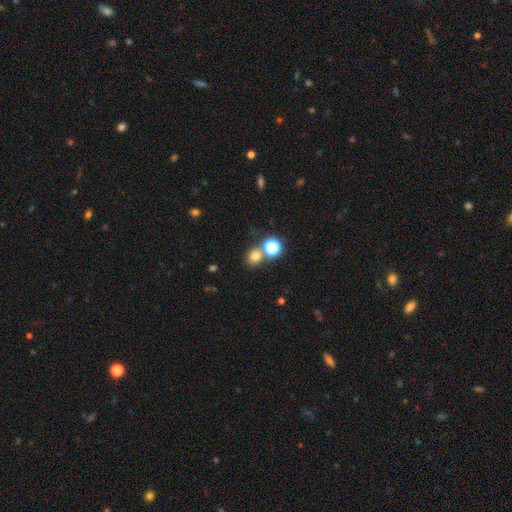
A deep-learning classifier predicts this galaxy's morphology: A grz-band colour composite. It shows a smooth galaxy with no disk features (73%) that is round (82%). Merging: none (64%).